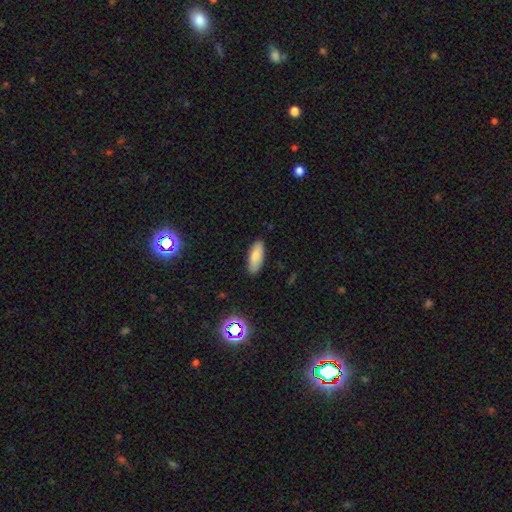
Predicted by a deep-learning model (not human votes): The model was most divided on "how rounded": in between: 74%, cigar-shaped: 25%, round: 2%. More confident: merging — none (87%); smooth or featured — smooth (84%).